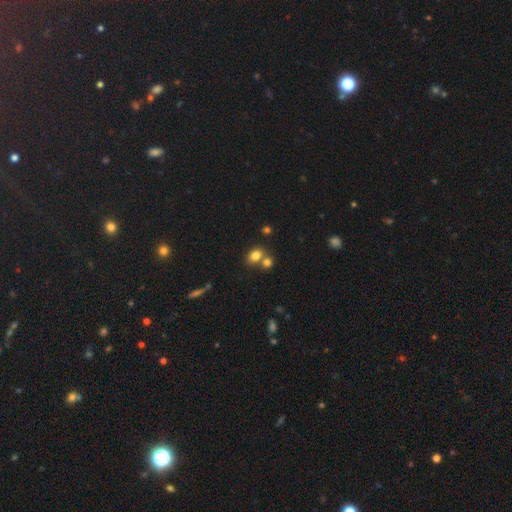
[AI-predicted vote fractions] smooth 80%, star or artifact 12%, featured or disk 8%. Down the decision tree: how rounded — in between (62%); merging — none (52%).